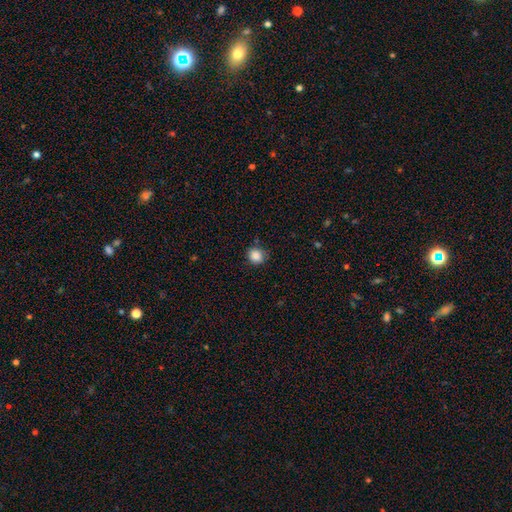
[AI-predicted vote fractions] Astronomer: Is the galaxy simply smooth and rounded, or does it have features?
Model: smooth — 87%.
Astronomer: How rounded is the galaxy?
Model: round — 84%.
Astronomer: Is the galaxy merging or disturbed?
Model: none — 81%.